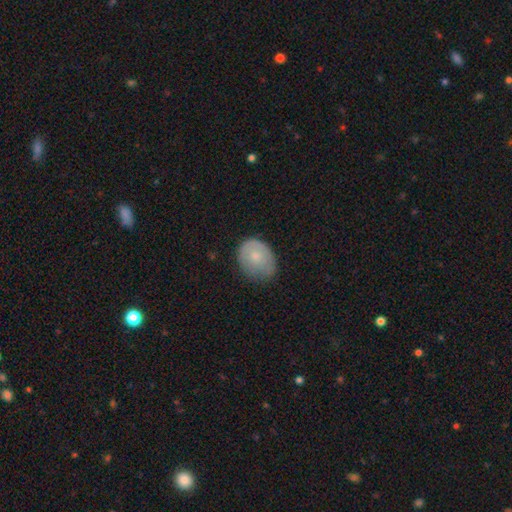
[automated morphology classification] smooth_or_featured: smooth (p=0.69) [alt: featured or disk p=0.24]
how_rounded: in between (p=0.58) [alt: round p=0.41]
merging: none (p=0.58) [alt: minor disturbance p=0.32]